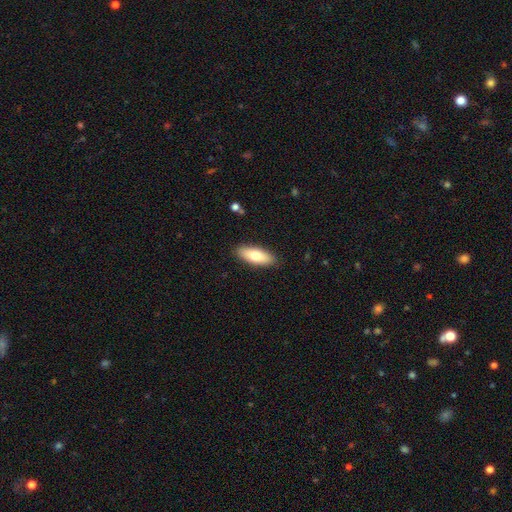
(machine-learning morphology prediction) Q: Smooth or featured?
A: smooth (74%); runner-up: featured or disk (20%)
Q: How rounded?
A: in between (72%); runner-up: cigar-shaped (26%)
Q: Merging?
A: none (89%); runner-up: minor disturbance (8%)